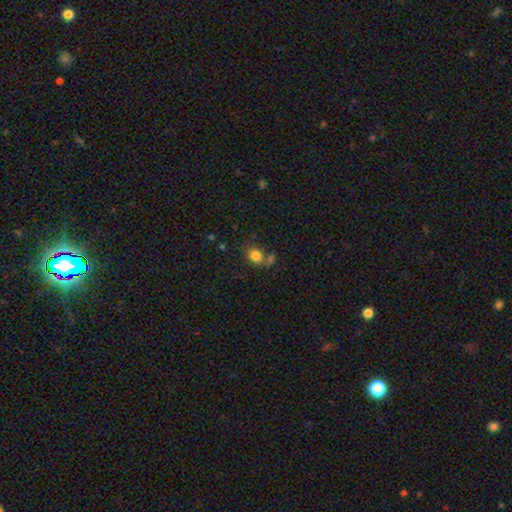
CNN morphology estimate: smooth 81%, star or artifact 11%, featured or disk 8%. Down the decision tree: how rounded — round (61%); merging — none (51%).